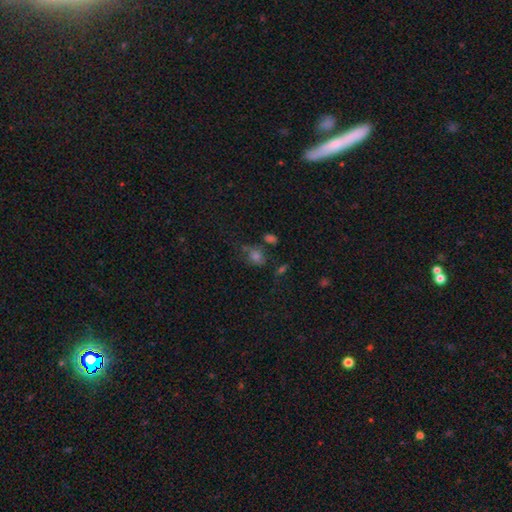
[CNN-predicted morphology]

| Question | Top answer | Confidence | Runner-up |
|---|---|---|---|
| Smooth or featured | smooth | 57% | star or artifact (27%) |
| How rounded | round | 51% | in between (47%) |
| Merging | none | 51% | minor disturbance (22%) |